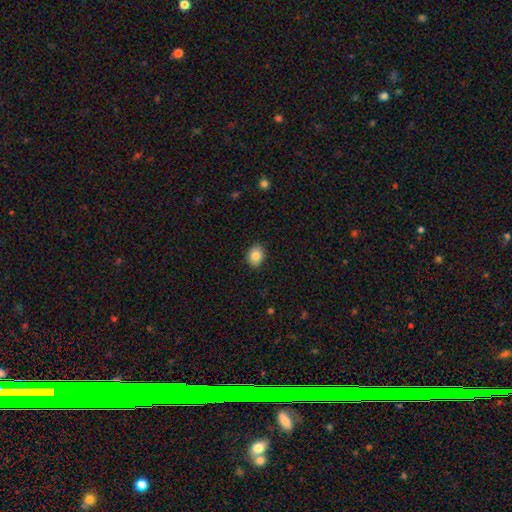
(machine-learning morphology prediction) smooth 85%, star or artifact 9%, featured or disk 7%. Down the decision tree: how rounded — in between (52%); merging — none (89%).